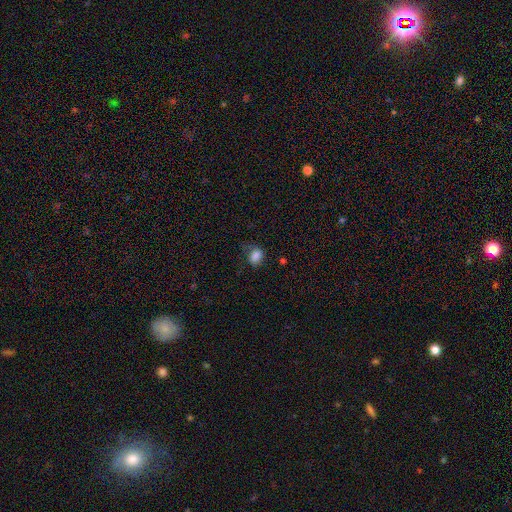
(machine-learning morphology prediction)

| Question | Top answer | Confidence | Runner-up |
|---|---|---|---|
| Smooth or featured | smooth | 82% | star or artifact (11%) |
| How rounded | in between | 59% | round (40%) |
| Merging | none | 56% | minor disturbance (27%) |